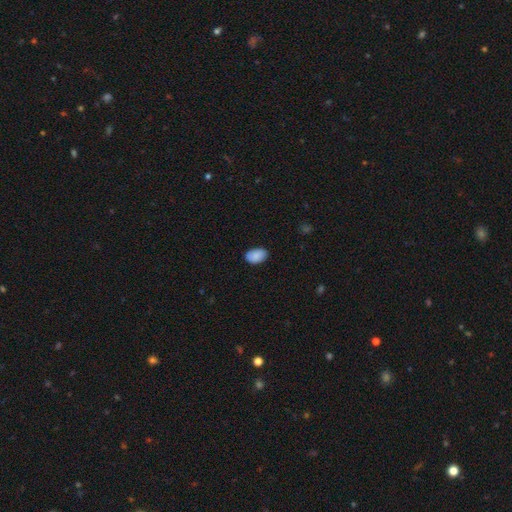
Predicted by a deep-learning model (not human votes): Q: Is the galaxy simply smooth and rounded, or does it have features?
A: smooth — 86%.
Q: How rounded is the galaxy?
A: in between — 89%.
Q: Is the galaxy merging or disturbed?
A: none — 80%.